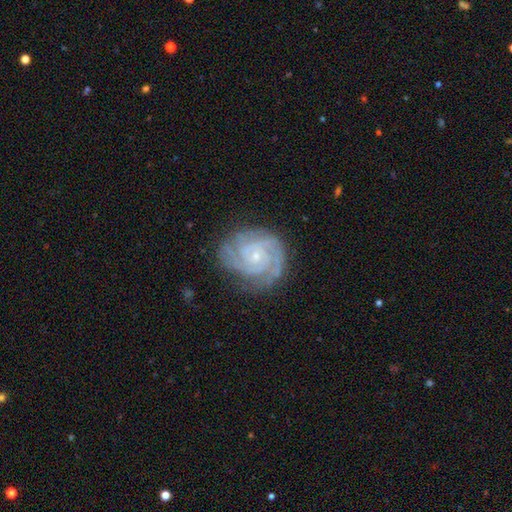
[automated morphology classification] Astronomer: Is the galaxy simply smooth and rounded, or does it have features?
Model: featured or disk — 90%.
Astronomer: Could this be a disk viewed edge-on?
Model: no — 98%.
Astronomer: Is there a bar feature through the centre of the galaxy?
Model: no — 71%.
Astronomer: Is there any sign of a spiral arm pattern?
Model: yes — 98%.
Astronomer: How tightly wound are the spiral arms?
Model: tight — 76%.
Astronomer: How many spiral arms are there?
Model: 3 — 34% (runner-up: 2, 31%).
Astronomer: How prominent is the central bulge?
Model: small — 80%.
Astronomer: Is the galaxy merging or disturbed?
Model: none — 78%.